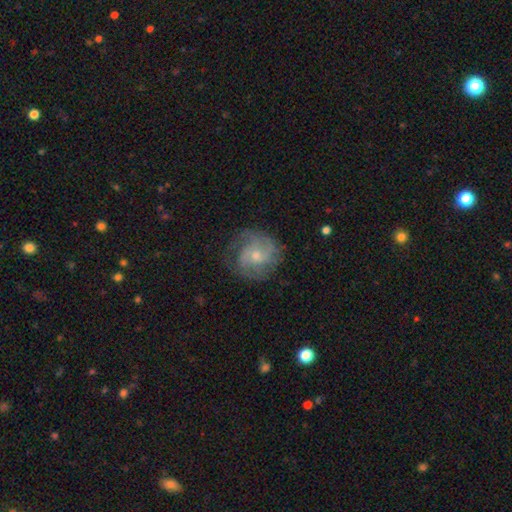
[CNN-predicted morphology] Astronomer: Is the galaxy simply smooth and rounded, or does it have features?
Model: featured or disk — 74%.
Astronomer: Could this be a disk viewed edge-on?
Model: no — 98%.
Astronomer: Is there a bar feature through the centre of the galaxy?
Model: no — 67%.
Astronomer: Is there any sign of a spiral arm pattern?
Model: yes — 92%.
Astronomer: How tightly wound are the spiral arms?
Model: tight — 43% (runner-up: medium, 41%).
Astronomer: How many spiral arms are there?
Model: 2 — 29% (runner-up: can't tell, 28%).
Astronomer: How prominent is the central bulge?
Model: small — 56% (runner-up: moderate, 39%).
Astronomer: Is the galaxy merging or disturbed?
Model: none — 72%.